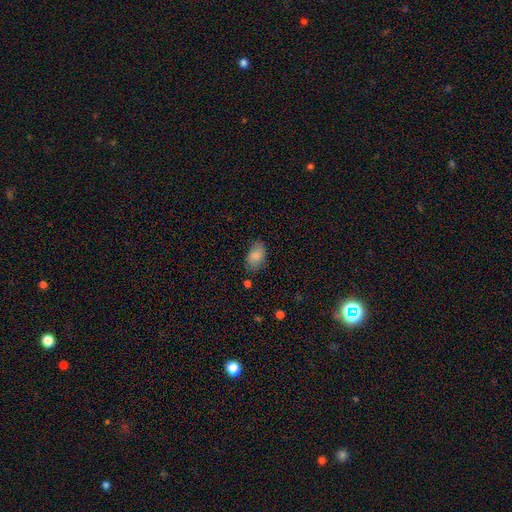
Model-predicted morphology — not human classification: smooth 83%, featured or disk 9%, star or artifact 8%. Down the decision tree: how rounded — in between (91%); merging — none (68%).